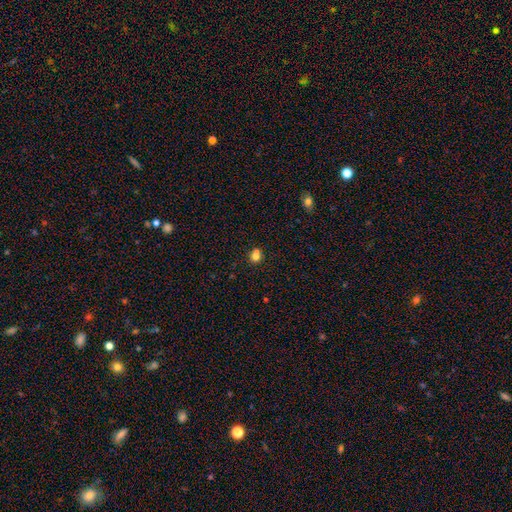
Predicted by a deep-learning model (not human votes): Smooth or featured? Predicted: smooth (p=0.74). How rounded? Predicted: round (p=0.76). Merging? Predicted: none (p=0.44).